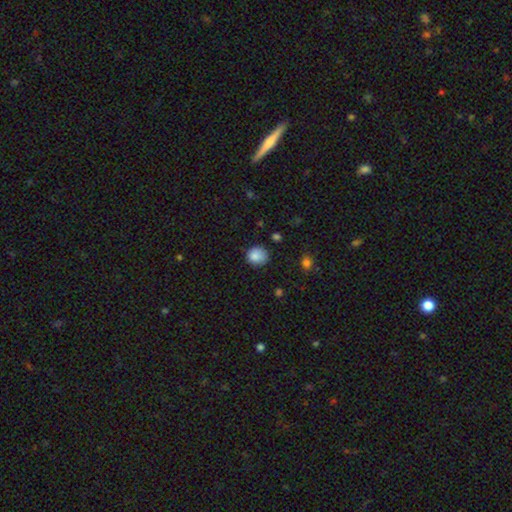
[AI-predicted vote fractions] smooth_or_featured: smooth (p=0.86) [alt: star or artifact p=0.10]
how_rounded: round (p=0.83) [alt: in between p=0.16]
merging: none (p=0.72) [alt: minor disturbance p=0.21]